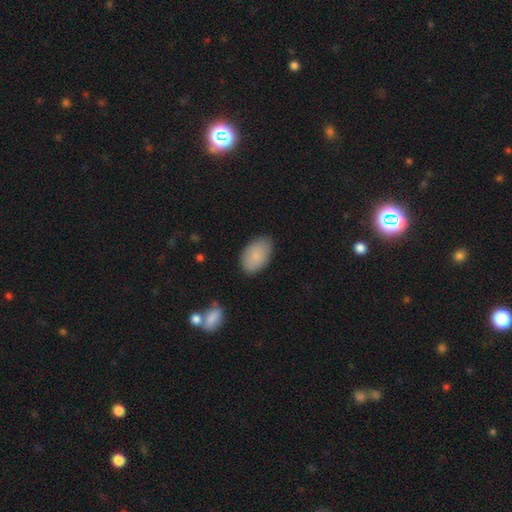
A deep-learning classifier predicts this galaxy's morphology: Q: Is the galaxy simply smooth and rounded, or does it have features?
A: smooth — 85%.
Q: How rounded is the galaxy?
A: in between — 92%.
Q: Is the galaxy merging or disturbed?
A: none — 82%.